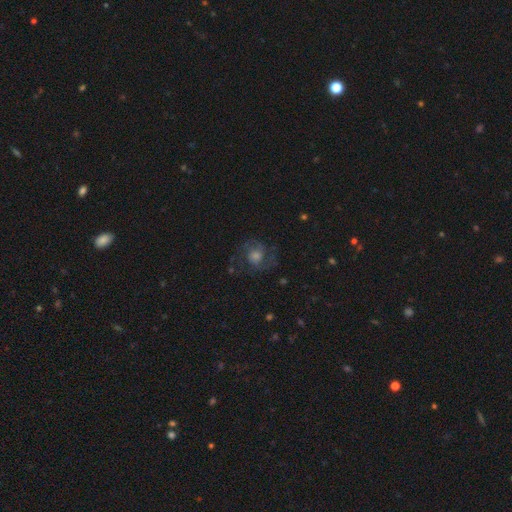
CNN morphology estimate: This appears to be a featured or disk galaxy (69%) with no bar (66%), 2 (69%) medium (54%) spiral arms (92%) and a moderate central bulge (43%). Merging: none (73%).